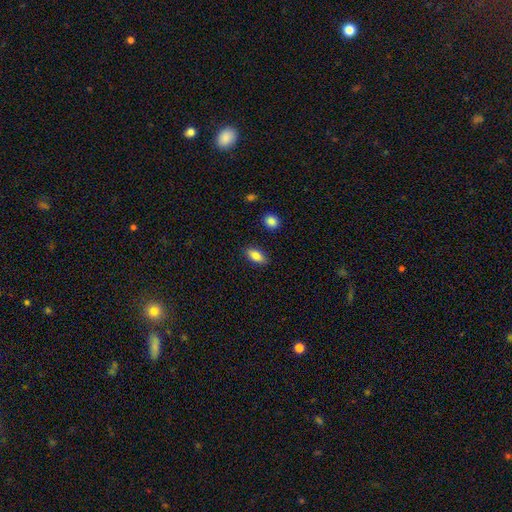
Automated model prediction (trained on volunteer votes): Overall: smooth (83%). How rounded: in between (86%). Merging: none (87%).